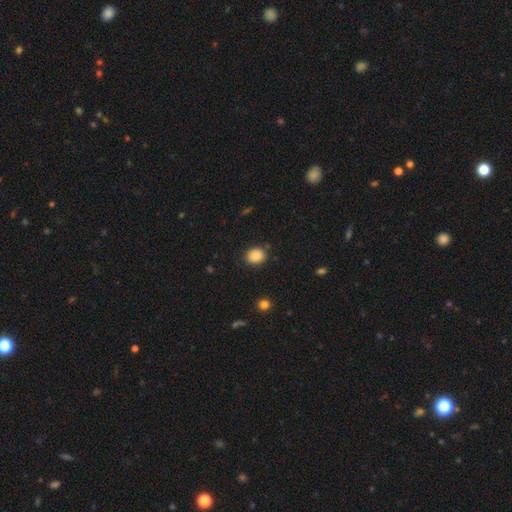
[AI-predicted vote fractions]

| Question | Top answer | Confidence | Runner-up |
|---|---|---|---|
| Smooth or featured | smooth | 87% | star or artifact (9%) |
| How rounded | round | 59% | in between (40%) |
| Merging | none | 85% | minor disturbance (10%) |